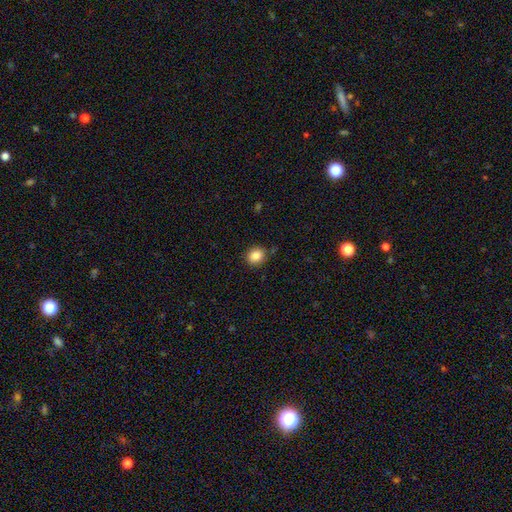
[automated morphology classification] This appears to be a smooth galaxy with no disk features (85%) that is round (74%). Merging: none (86%).